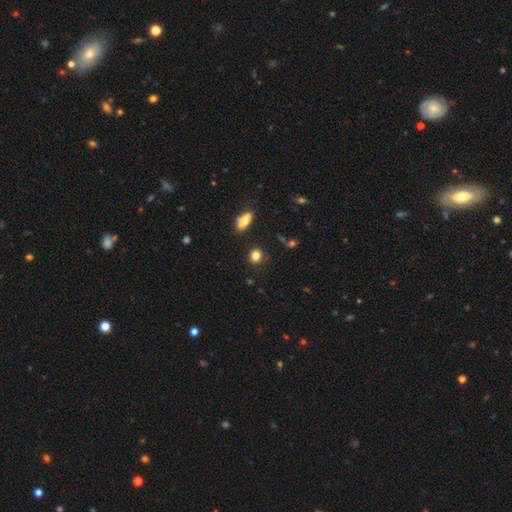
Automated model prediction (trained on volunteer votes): Morphology: type=smooth (83%); roundness=round (68%); merging=none (80%).